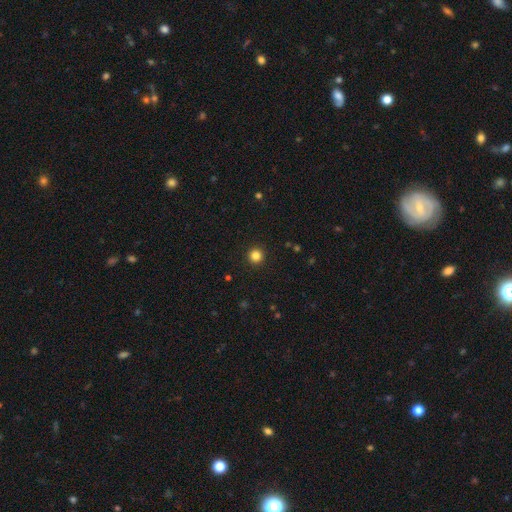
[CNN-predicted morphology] This appears to be a smooth galaxy with no disk features (83%) that is round (96%). Merging: none (93%).